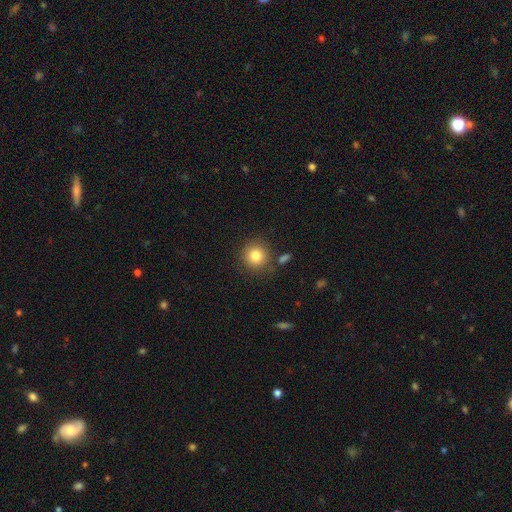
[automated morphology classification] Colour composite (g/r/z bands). It shows a smooth galaxy with no disk features (82%) that is round (91%). Merging: none (83%).